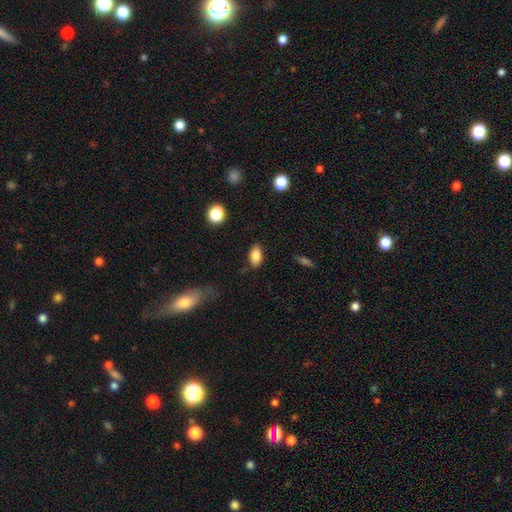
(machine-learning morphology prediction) This is clearly a smooth galaxy (85%). How rounded: clearly in between (91%). Merging: clearly none (81%).